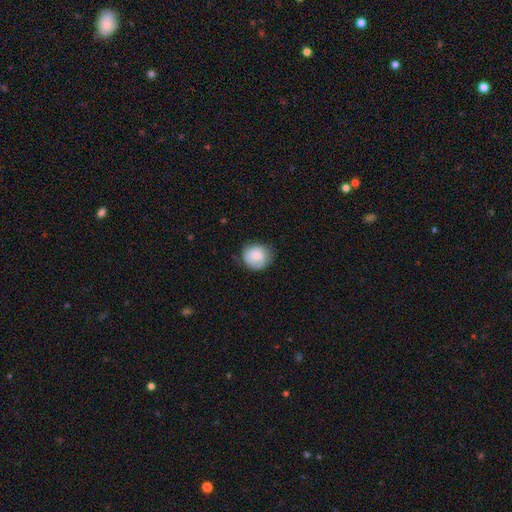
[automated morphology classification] type=smooth (81%); roundness=round (80%); merging=none (71%).